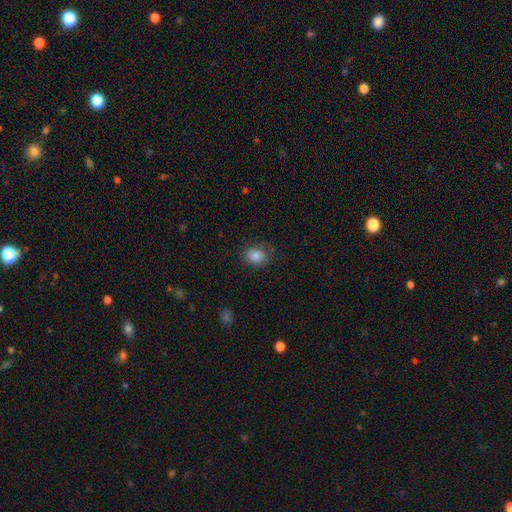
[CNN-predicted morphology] smooth 86%, star or artifact 10%, featured or disk 5%. Down the decision tree: how rounded — in between (50%); merging — none (83%).